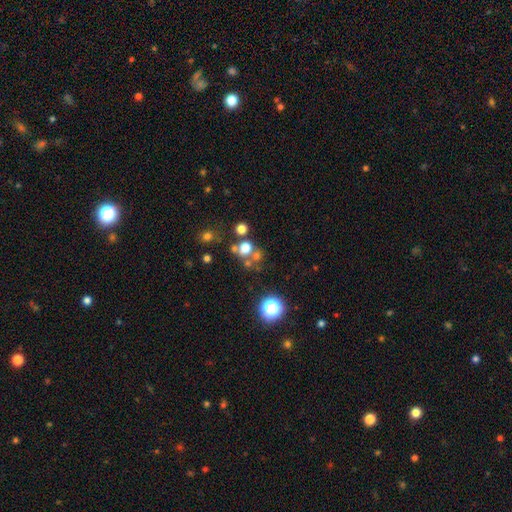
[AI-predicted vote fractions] A smooth galaxy with no disk features (51%) that is round (84%). Merging: none (56%).